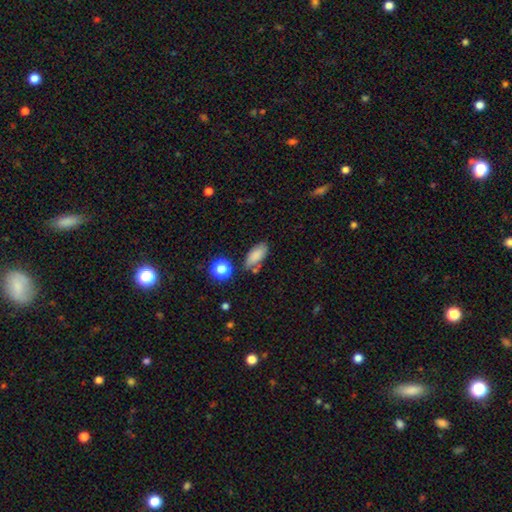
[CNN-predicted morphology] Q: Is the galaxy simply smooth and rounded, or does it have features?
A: smooth — 83%.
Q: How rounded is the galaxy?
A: in between — 86%.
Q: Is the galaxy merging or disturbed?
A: none — 69%.